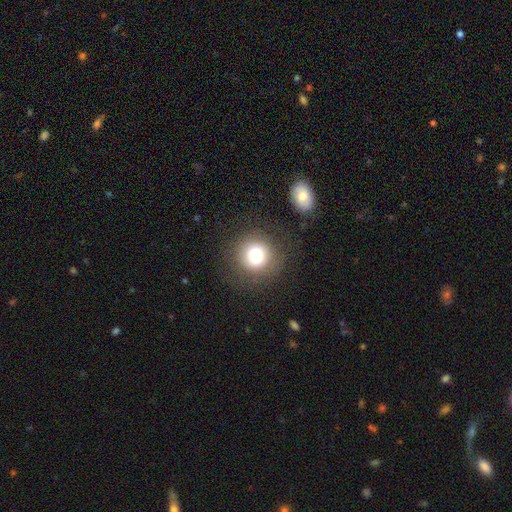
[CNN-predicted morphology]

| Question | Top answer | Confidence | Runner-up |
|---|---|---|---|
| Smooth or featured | smooth | 79% | star or artifact (11%) |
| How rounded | round | 93% | in between (6%) |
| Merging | none | 82% | minor disturbance (10%) |